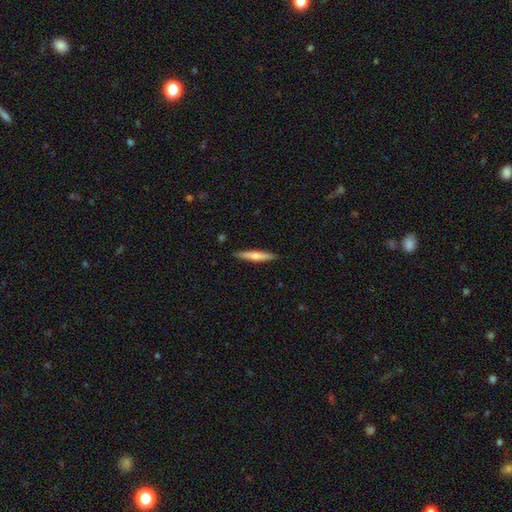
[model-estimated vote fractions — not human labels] Q: Smooth or featured?
A: smooth (60%); runner-up: featured or disk (35%)
Q: How rounded?
A: cigar-shaped (91%); runner-up: in between (8%)
Q: Merging?
A: none (90%); runner-up: minor disturbance (8%)